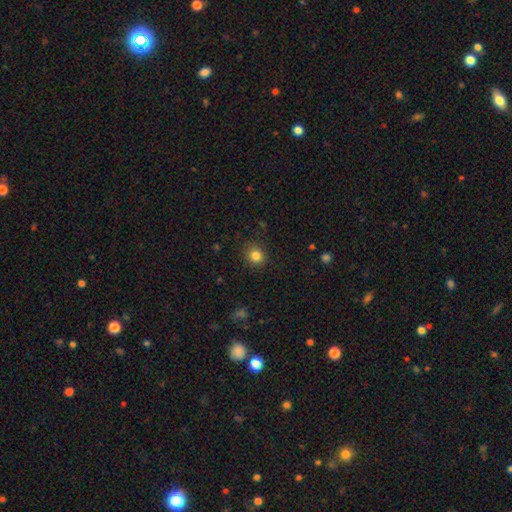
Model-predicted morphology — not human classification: smooth 83%, star or artifact 12%, featured or disk 5%. Down the decision tree: how rounded — round (83%); merging — none (88%).